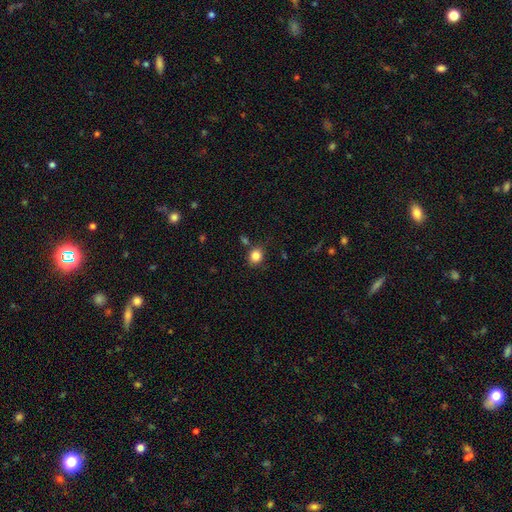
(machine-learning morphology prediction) Smooth or featured?
  - smooth: 84% *
  - star or artifact: 11%
  - featured or disk: 5%
How rounded?
  - round: 63% *
  - in between: 36%
  - cigar-shaped: 1%
Merging?
  - none: 79% *
  - minor disturbance: 12%
  - merger: 5%
  - major disturbance: 3%